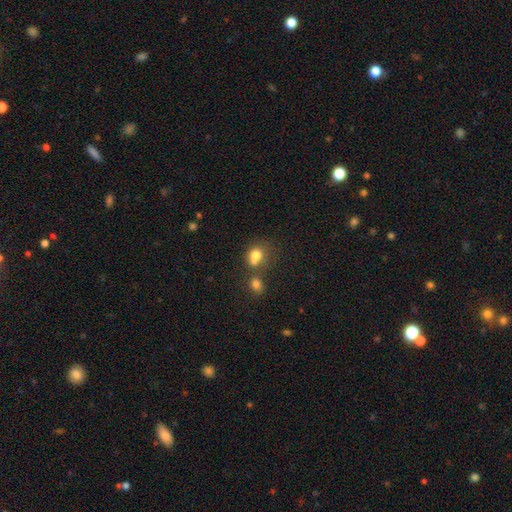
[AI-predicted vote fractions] Q: Smooth or featured?
A: smooth (77%); runner-up: star or artifact (12%)
Q: How rounded?
A: round (61%); runner-up: in between (38%)
Q: Merging?
A: merger (41%); runner-up: none (38%)